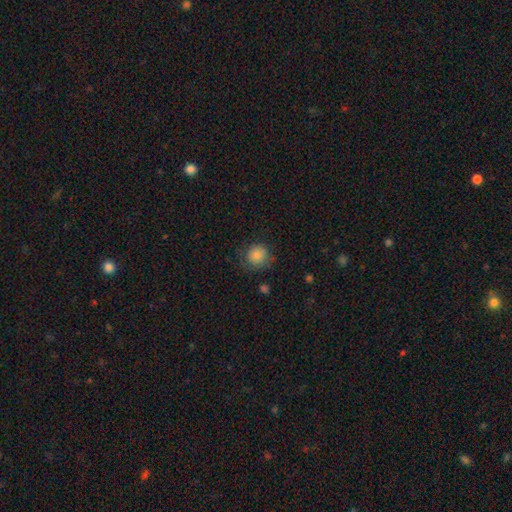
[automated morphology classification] type=smooth (84%); roundness=round (89%); merging=none (76%).